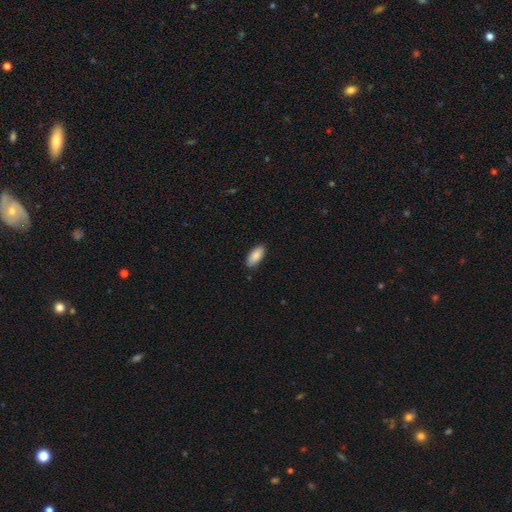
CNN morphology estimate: Smooth or featured? smooth (89%)
How rounded? in between (90%)
Merging? none (88%)